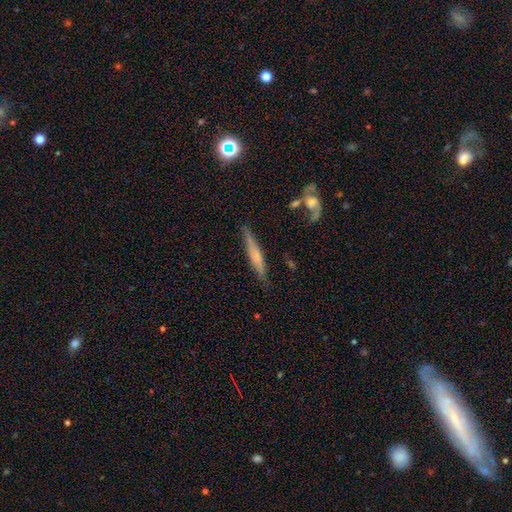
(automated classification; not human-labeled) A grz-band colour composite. It shows a smooth galaxy with no disk features (49%). Merging: none (80%).